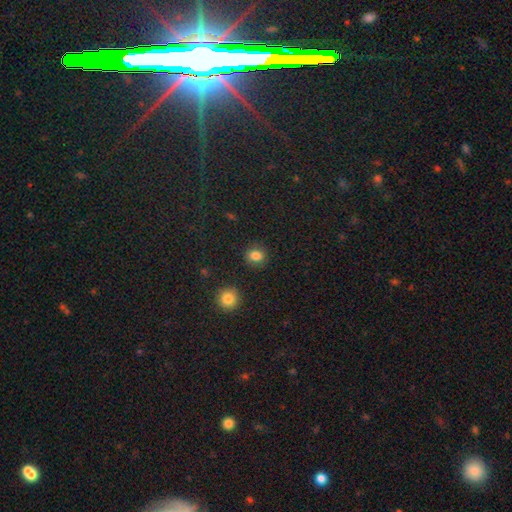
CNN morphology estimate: smooth 83%, star or artifact 12%, featured or disk 5%. Down the decision tree: how rounded — round (69%); merging — none (84%).